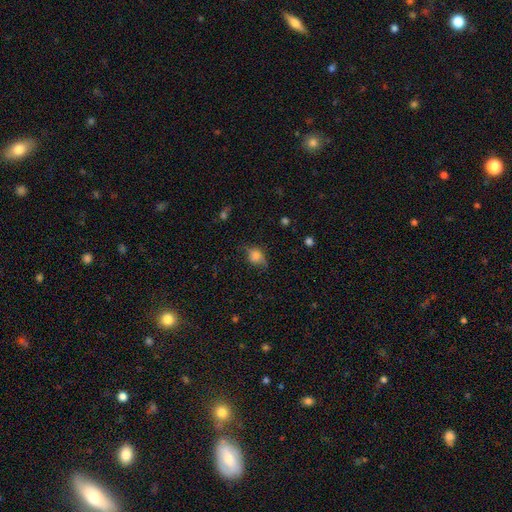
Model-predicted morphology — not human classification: The model was most divided on "how rounded": in between: 53%, round: 44%, cigar-shaped: 3%. More confident: smooth or featured — smooth (71%); merging — none (57%).